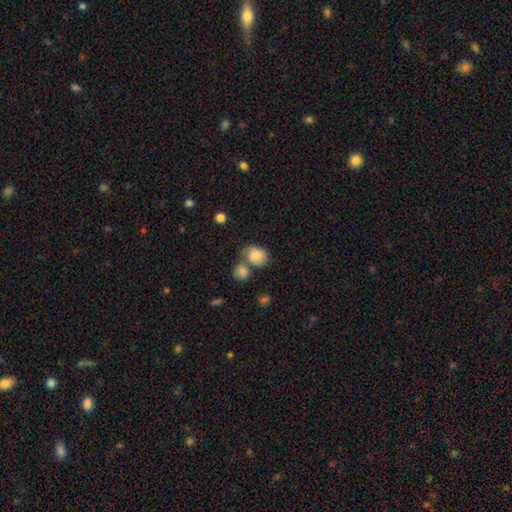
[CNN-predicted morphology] Smooth or featured? Predicted: smooth (p=0.75). How rounded? Predicted: in between (p=0.59). Merging? Predicted: merger (p=0.41).